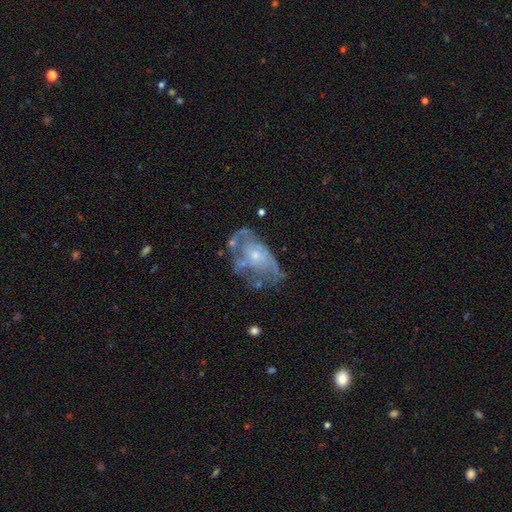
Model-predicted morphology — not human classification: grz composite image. It shows a featured or disk galaxy (73%) with no bar (81%), spiral arms (58%) and a small central bulge (65%). Merging: none (40%).